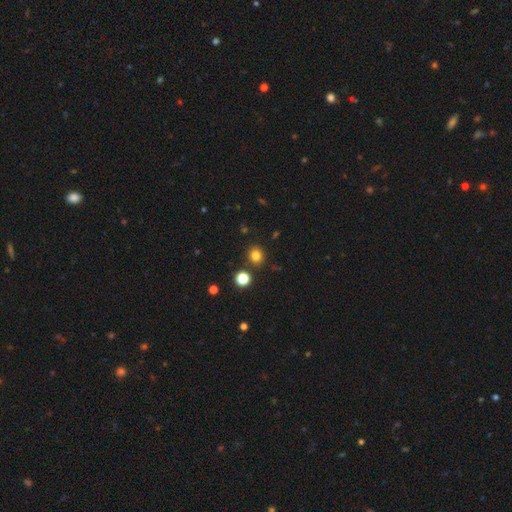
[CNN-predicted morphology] Overall: smooth (79%). How rounded: round (79%). Merging: none (85%).